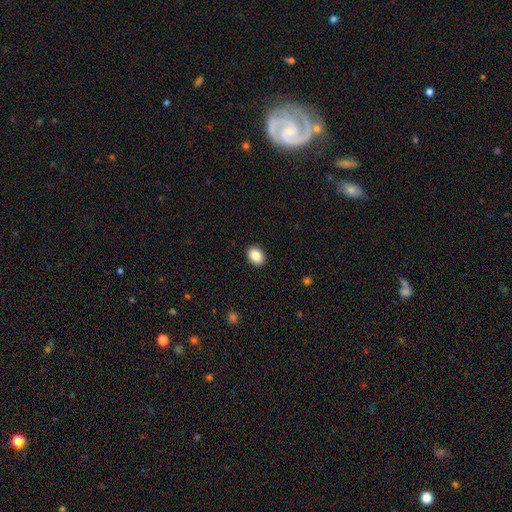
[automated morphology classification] Smooth or featured: smooth — 87% (star or artifact — 8%)
How rounded: in between — 63% (round — 37%)
Merging: none — 91% (minor disturbance — 6%)